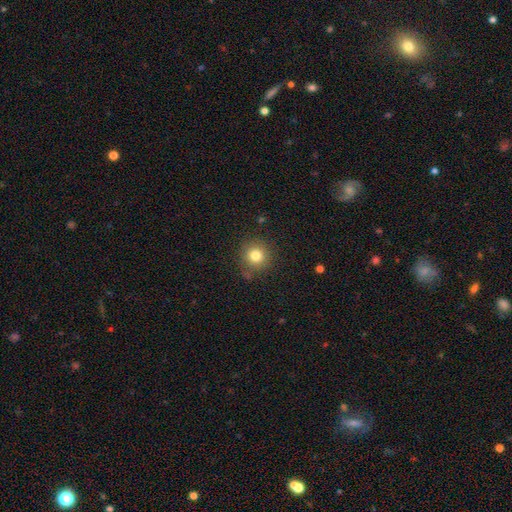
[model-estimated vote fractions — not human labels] smooth-or-featured: smooth: 80% | star or artifact: 12% | featured or disk: 8%
  how-rounded: round: 93% | in between: 6% | cigar-shaped: 1%
  merging: none: 84% | minor disturbance: 10% | major disturbance: 3% | merger: 2%